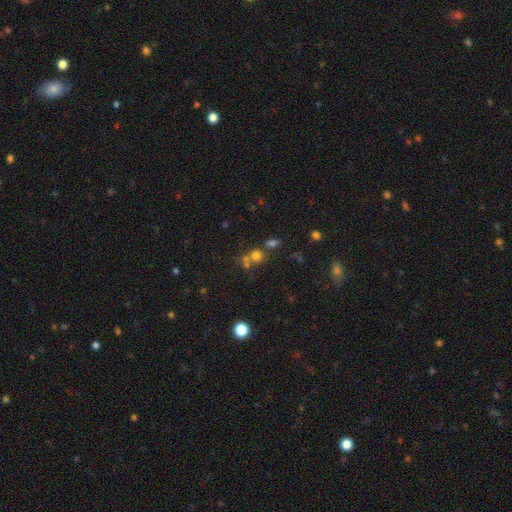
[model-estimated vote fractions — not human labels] A smooth galaxy with no disk features (62%) that is round (77%).

Vote fractions:
- Smooth or featured? smooth: 62% / star or artifact: 27% / featured or disk: 11%
- How rounded? round: 77% / in between: 22% / cigar-shaped: 1%
- Merging? none: 51% / merger: 33% / minor disturbance: 9% / major disturbance: 6%